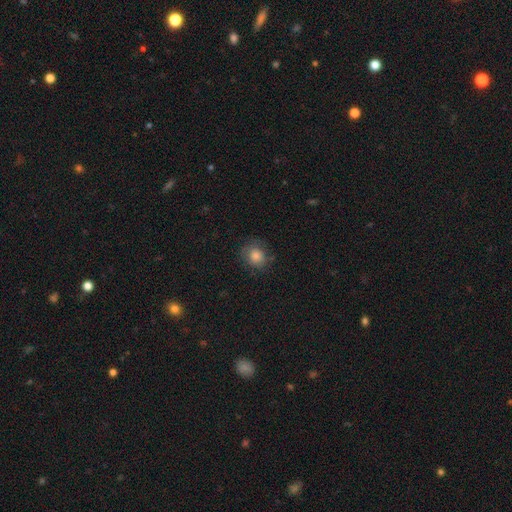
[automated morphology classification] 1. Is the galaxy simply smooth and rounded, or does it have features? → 76% smooth, 13% featured or disk, 11% star or artifact.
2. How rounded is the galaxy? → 77% round, 22% in between, 1% cigar-shaped.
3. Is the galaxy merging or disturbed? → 75% none, 18% minor disturbance, 6% major disturbance, 1% merger.